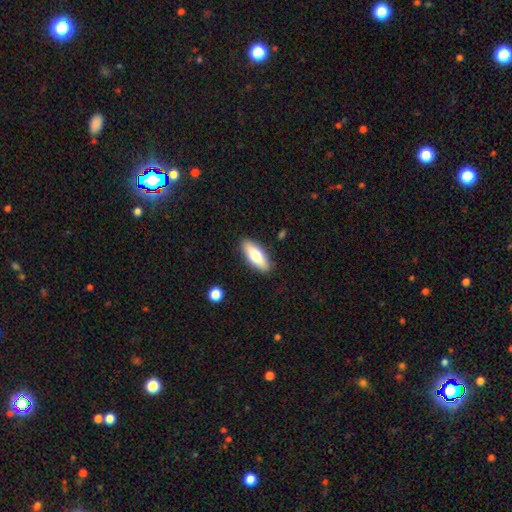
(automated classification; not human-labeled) Smooth or featured? Predicted: smooth (p=0.72). How rounded? Predicted: in between (p=0.68). Merging? Predicted: none (p=0.88).